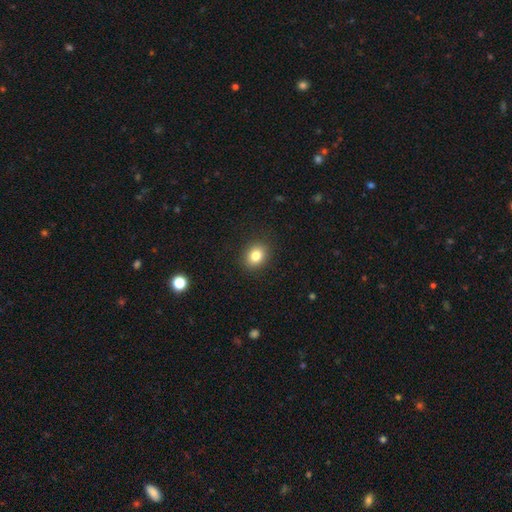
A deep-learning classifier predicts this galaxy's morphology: The model was most divided on "how rounded": round: 54%, in between: 45%, cigar-shaped: 1%. More confident: merging — none (90%); smooth or featured — smooth (82%).